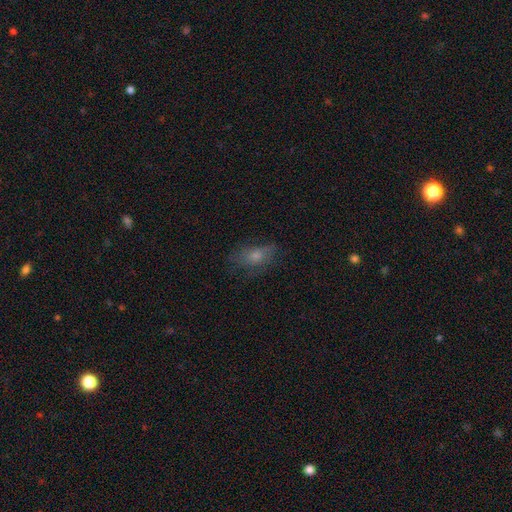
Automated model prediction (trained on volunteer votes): This is possibly a smooth galaxy (53%). How rounded: likely in between (78%). Merging: likely none (65%).